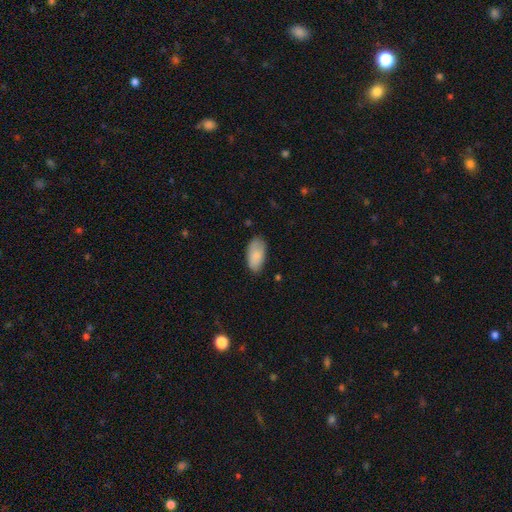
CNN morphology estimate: Smooth or featured? smooth (86%)
How rounded? in between (94%)
Merging? none (77%)